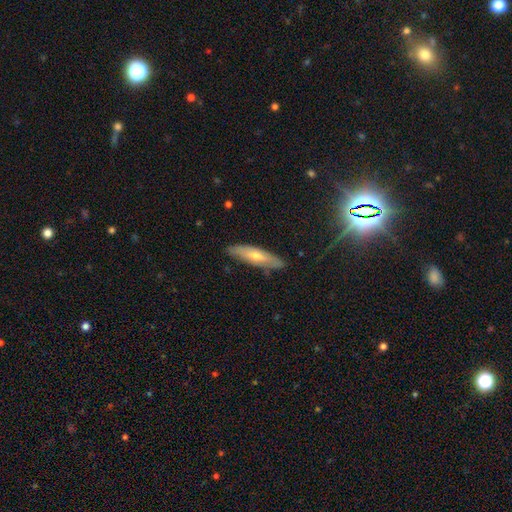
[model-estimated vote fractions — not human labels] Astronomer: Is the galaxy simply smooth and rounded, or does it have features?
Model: smooth — 49% (runner-up: featured or disk, 44%).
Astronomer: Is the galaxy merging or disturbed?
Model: none — 83%.